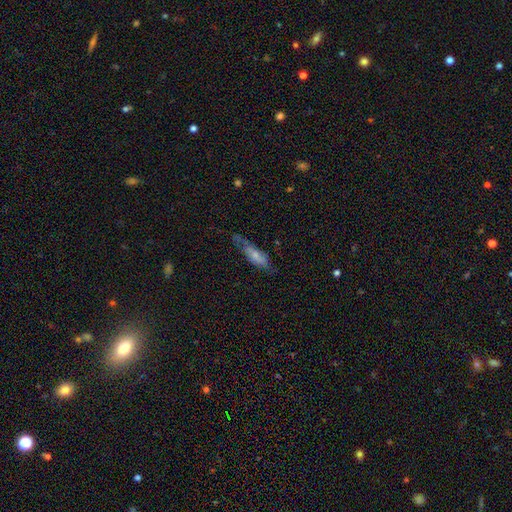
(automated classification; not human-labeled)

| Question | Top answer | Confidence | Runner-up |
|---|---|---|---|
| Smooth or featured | smooth | 55% | featured or disk (38%) |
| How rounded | in between | 56% | cigar-shaped (42%) |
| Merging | none | 47% | minor disturbance (32%) |